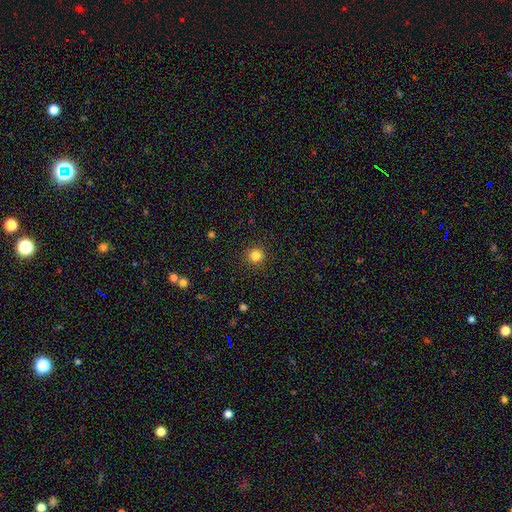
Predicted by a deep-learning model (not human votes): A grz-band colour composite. It shows a smooth galaxy with no disk features (83%) that is round (93%). Merging: none (92%).